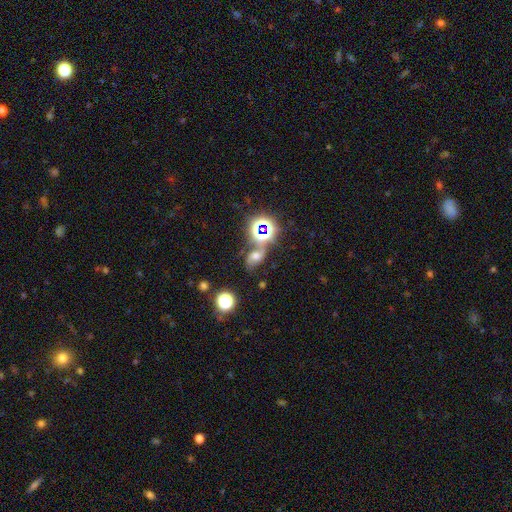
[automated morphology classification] Smooth or featured: featured or disk — 35% (star or artifact — 33%)
Merging: none — 46% (merger — 27%)